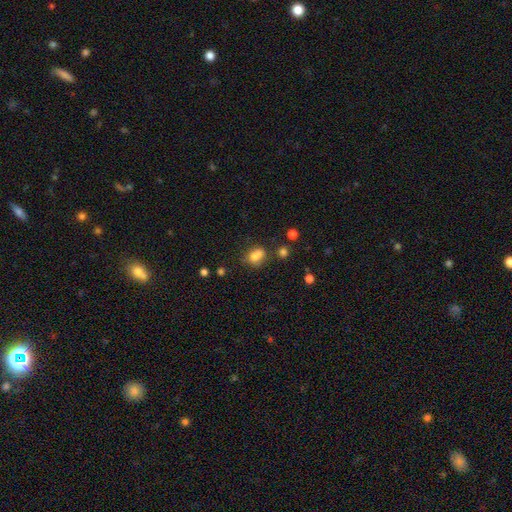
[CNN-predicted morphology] Smooth or featured? Predicted: smooth (p=0.76). How rounded? Predicted: in between (p=0.67). Merging? Predicted: none (p=0.46).